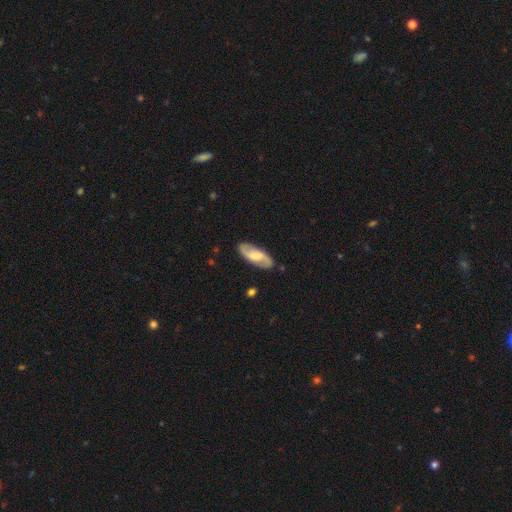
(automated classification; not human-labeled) Q: Smooth or featured?
A: featured or disk (69%); runner-up: smooth (26%)
Q: Edge-on disk?
A: no (91%); runner-up: yes (9%)
Q: Bar?
A: weak (49%); runner-up: no (32%)
Q: Spiral arms?
A: yes (92%); runner-up: no (8%)
Q: Spiral winding?
A: loose (43%); runner-up: medium (41%)
Q: Spiral arm count?
A: 2 (91%); runner-up: can't tell (4%)
Q: Bulge size?
A: moderate (43%); runner-up: small (22%)
Q: Merging?
A: none (86%); runner-up: minor disturbance (10%)